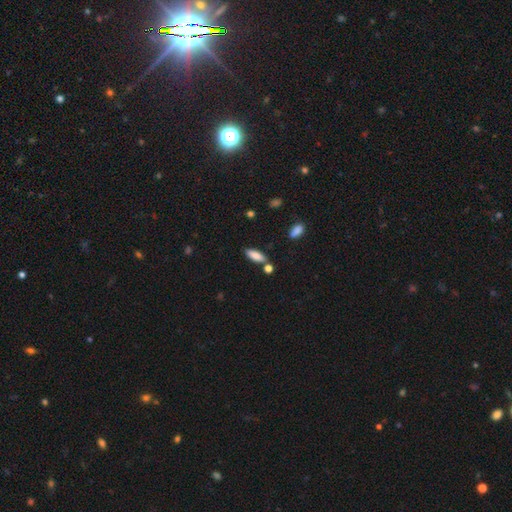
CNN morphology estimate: Smooth or featured: smooth — 84% (featured or disk — 9%)
How rounded: in between — 67% (cigar-shaped — 31%)
Merging: none — 76% (minor disturbance — 12%)